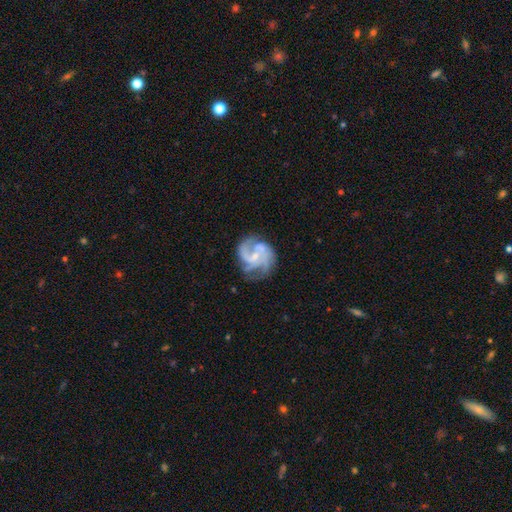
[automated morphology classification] Q: Smooth or featured?
A: featured or disk (88%); runner-up: smooth (7%)
Q: Edge-on disk?
A: no (98%); runner-up: yes (2%)
Q: Bar?
A: no (50%); runner-up: weak (41%)
Q: Spiral arms?
A: yes (96%); runner-up: no (4%)
Q: Spiral winding?
A: medium (53%); runner-up: tight (30%)
Q: Spiral arm count?
A: 3 (40%); runner-up: 2 (31%)
Q: Bulge size?
A: small (66%); runner-up: moderate (25%)
Q: Merging?
A: none (63%); runner-up: minor disturbance (21%)